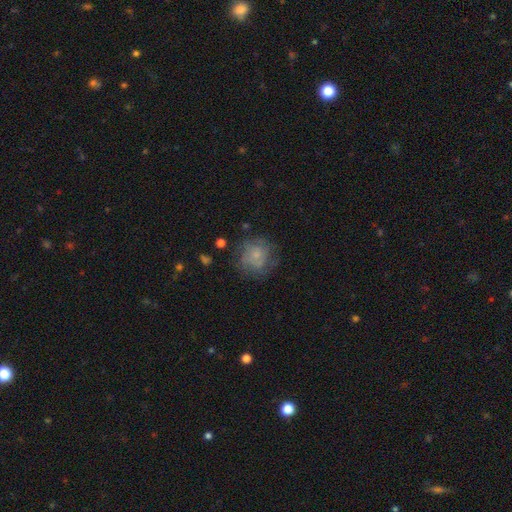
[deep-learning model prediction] A smooth galaxy with no disk features (48%).

Vote fractions:
- Smooth or featured? smooth: 48% / featured or disk: 41% / star or artifact: 11%
- Merging? none: 65% / minor disturbance: 20% / major disturbance: 13% / merger: 2%